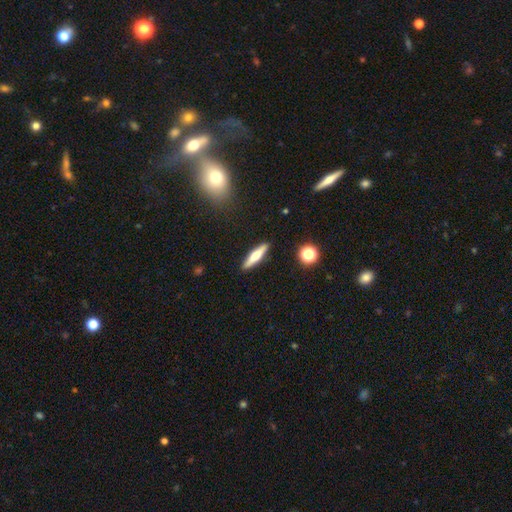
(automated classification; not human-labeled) Smooth or featured: smooth — 50% (featured or disk — 43%)
How rounded: cigar-shaped — 82% (in between — 16%)
Merging: none — 90% (minor disturbance — 7%)